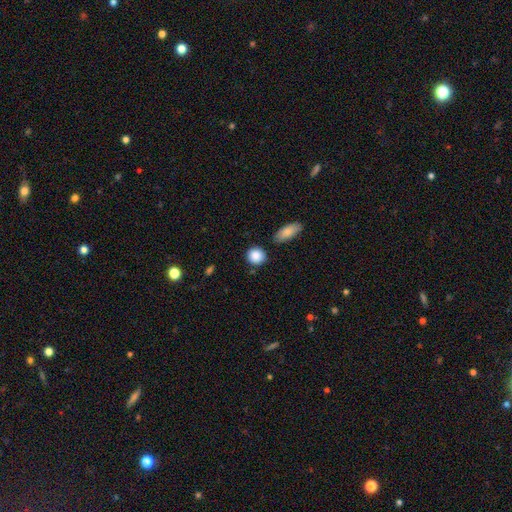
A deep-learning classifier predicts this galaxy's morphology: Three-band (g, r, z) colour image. It shows a smooth galaxy with no disk features (88%) that is round (84%). Merging: none (82%).